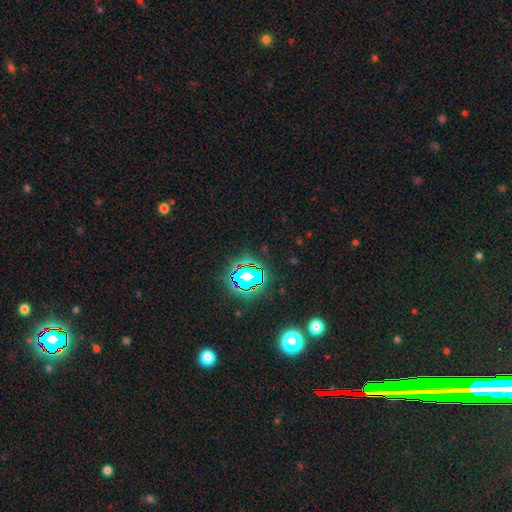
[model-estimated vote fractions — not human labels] smooth_or_featured: star or artifact (p=0.80) [alt: smooth p=0.12]